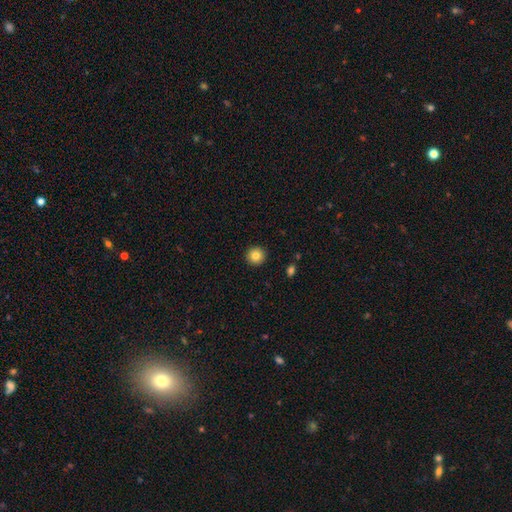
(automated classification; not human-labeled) smooth_or_featured: smooth (p=0.82) [alt: star or artifact p=0.10]
how_rounded: round (p=0.95) [alt: in between p=0.04]
merging: none (p=0.93) [alt: minor disturbance p=0.05]